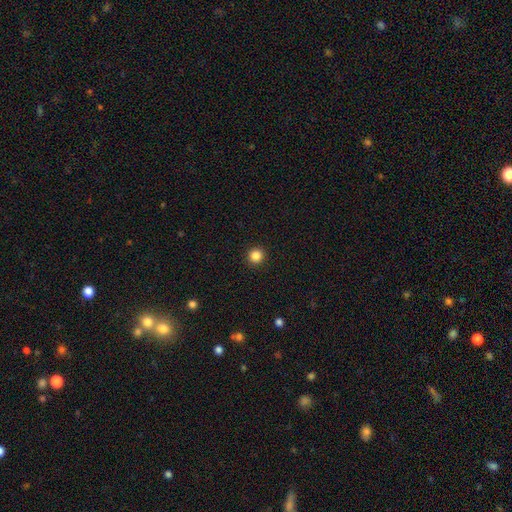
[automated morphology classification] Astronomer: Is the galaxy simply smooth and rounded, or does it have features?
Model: smooth — 85%.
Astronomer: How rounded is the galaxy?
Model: round — 95%.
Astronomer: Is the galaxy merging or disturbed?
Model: none — 93%.